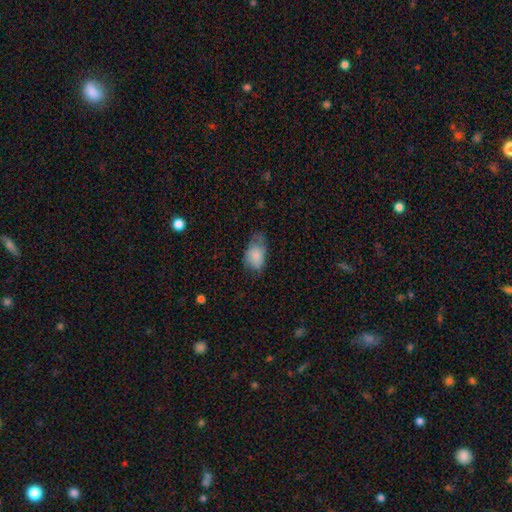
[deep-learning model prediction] A smooth galaxy with no disk features (80%) that is in between round and cigar-shaped (90%).

Vote fractions:
- Smooth or featured? smooth: 80% / featured or disk: 12% / star or artifact: 8%
- How rounded? in between: 90% / round: 8% / cigar-shaped: 2%
- Merging? none: 40% / minor disturbance: 39% / major disturbance: 19% / merger: 2%